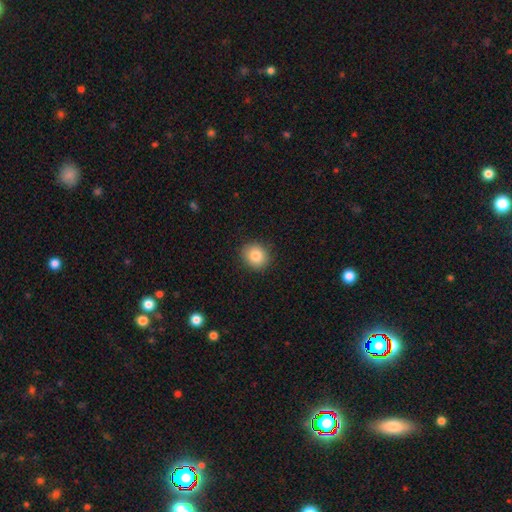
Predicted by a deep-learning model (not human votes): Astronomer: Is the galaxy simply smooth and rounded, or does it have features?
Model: smooth — 84%.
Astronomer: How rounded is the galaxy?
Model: round — 78%.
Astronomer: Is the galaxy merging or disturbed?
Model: none — 89%.